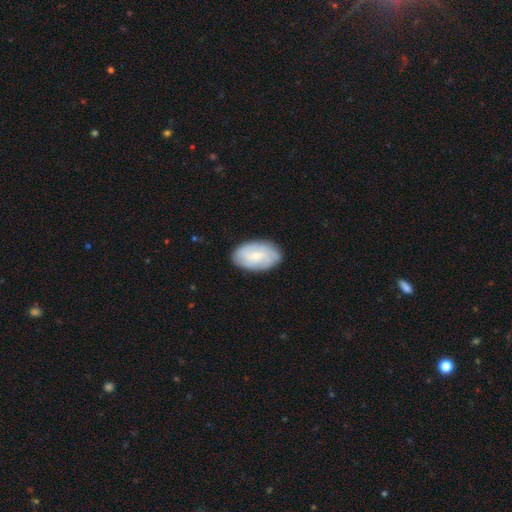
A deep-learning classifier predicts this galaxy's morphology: type=smooth (48%); merging=none (81%).